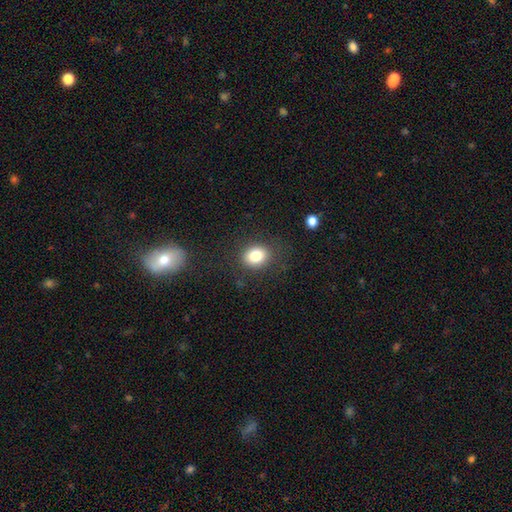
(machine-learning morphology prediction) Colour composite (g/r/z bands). It shows a smooth galaxy with no disk features (83%) that is round (54%). Merging: none (84%).